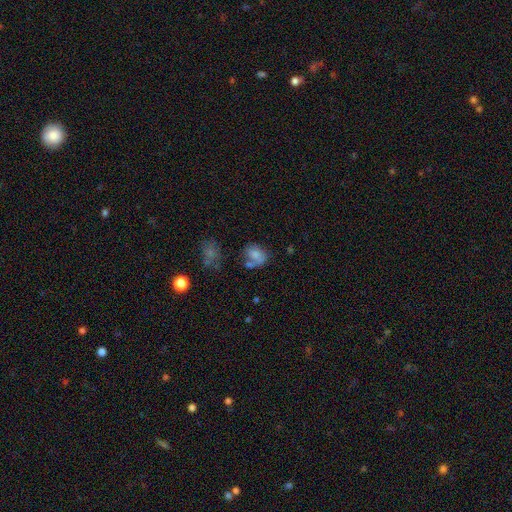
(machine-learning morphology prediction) Smooth or featured?
  - smooth: 69% *
  - featured or disk: 20%
  - star or artifact: 11%
How rounded?
  - in between: 66% *
  - round: 32%
  - cigar-shaped: 1%
Merging?
  - none: 36% *
  - merger: 26%
  - minor disturbance: 21%
  - major disturbance: 17%